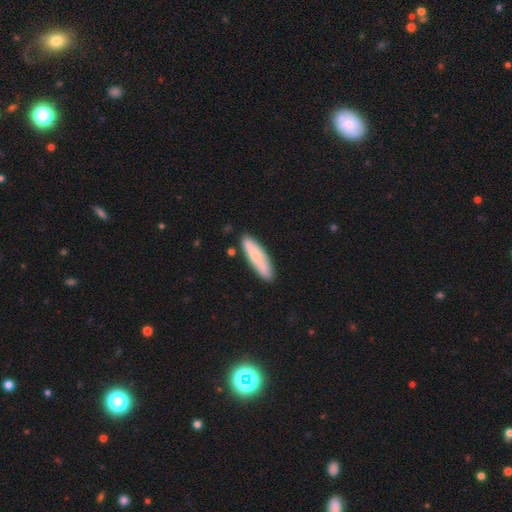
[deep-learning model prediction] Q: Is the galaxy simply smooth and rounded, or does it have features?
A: smooth — 74%.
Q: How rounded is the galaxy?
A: cigar-shaped — 75%.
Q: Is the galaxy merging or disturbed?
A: none — 84%.